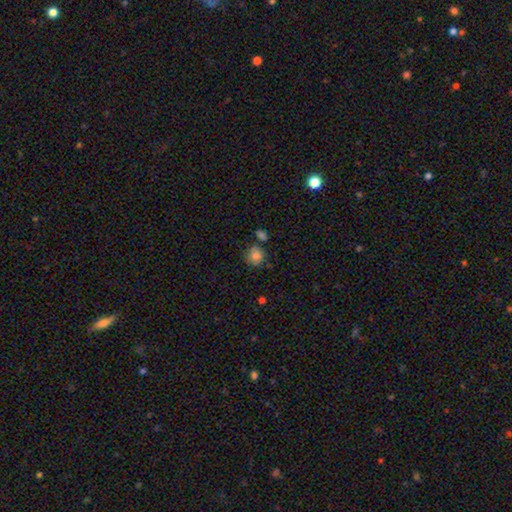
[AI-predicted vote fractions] This appears to be a smooth galaxy with no disk features (82%) that is round (86%). Merging: none (70%).